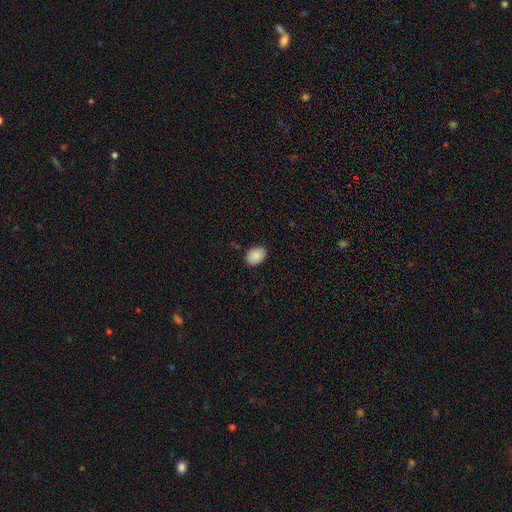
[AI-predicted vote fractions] A smooth galaxy with no disk features (89%) that is in between round and cigar-shaped (71%).

Vote fractions:
- Smooth or featured? smooth: 89% / star or artifact: 7% / featured or disk: 4%
- How rounded? in between: 71% / round: 28% / cigar-shaped: 1%
- Merging? none: 88% / minor disturbance: 9% / major disturbance: 2% / merger: 1%